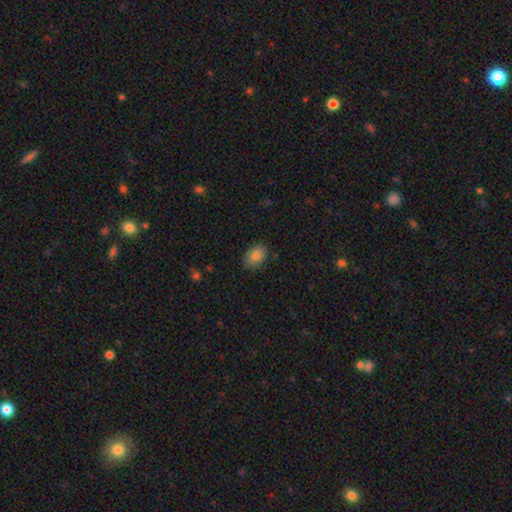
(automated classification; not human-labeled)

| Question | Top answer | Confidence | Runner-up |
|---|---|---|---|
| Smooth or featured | smooth | 84% | star or artifact (8%) |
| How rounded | in between | 80% | round (19%) |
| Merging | none | 84% | minor disturbance (13%) |